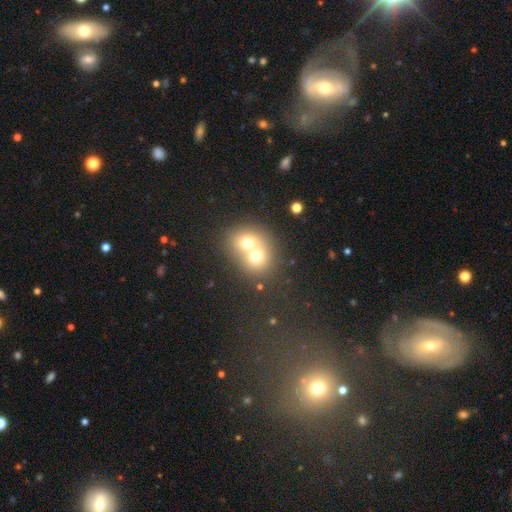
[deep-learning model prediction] Smooth or featured? Predicted: smooth (p=0.66). How rounded? Predicted: round (p=0.70). Merging? Predicted: merger (p=0.73).